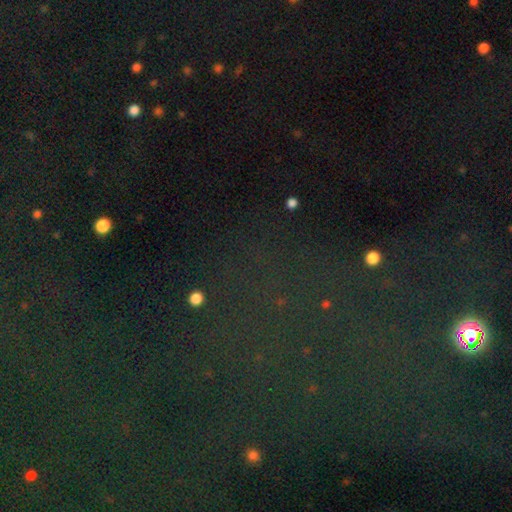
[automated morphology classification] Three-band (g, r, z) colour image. It shows a star or artifact, not a galaxy (75%).